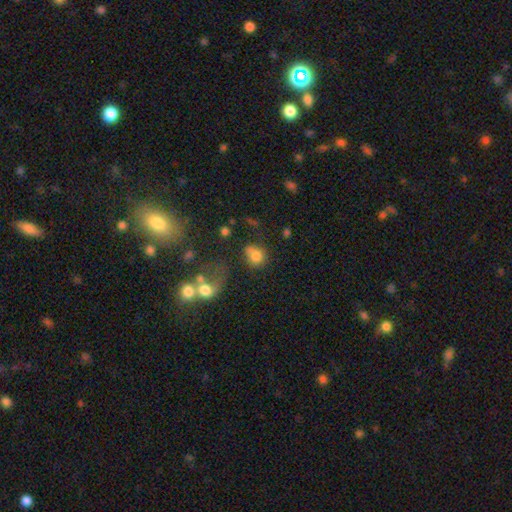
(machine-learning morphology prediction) type=smooth (75%); roundness=round (63%); merging=none (42%).